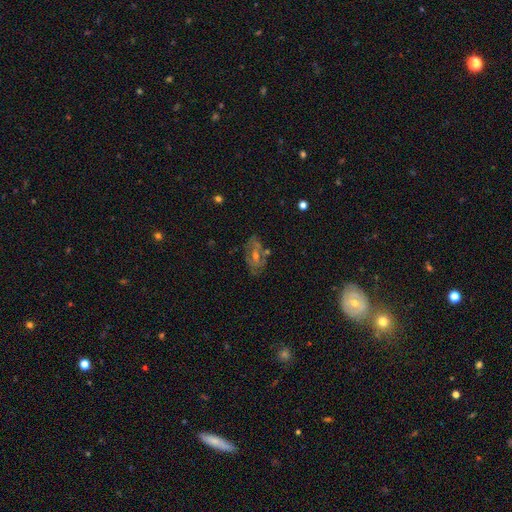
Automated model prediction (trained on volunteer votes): featured or disk 63%, smooth 21%, star or artifact 15%. Down the decision tree: edge-on disk — no (92%); bar — no (48%); spiral arms — yes (64%); bulge size — moderate (48%); merging — none (71%).